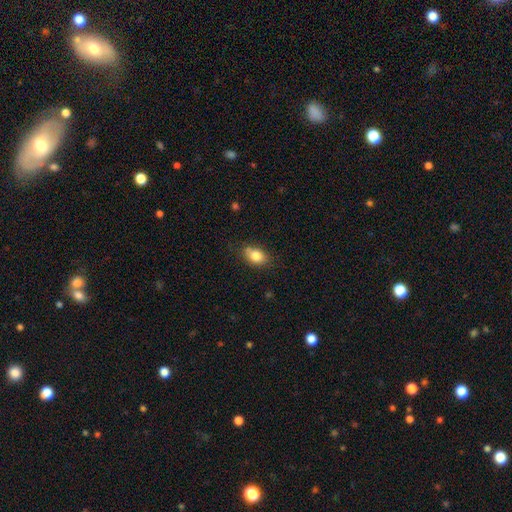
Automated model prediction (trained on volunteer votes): The model was most divided on "merging": none: 75%, minor disturbance: 19%, major disturbance: 4%, merger: 2%. More confident: smooth or featured — smooth (83%); how rounded — in between (82%).